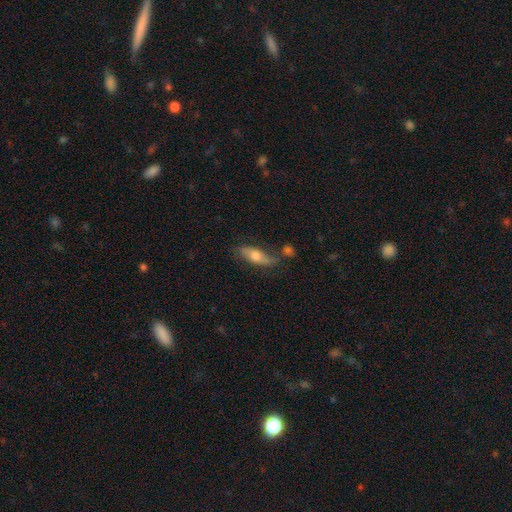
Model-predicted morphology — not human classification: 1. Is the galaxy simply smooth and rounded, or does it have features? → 57% smooth, 36% featured or disk, 7% star or artifact.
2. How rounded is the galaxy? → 63% in between, 33% cigar-shaped, 4% round.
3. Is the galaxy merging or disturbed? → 61% none, 21% minor disturbance, 11% merger, 7% major disturbance.